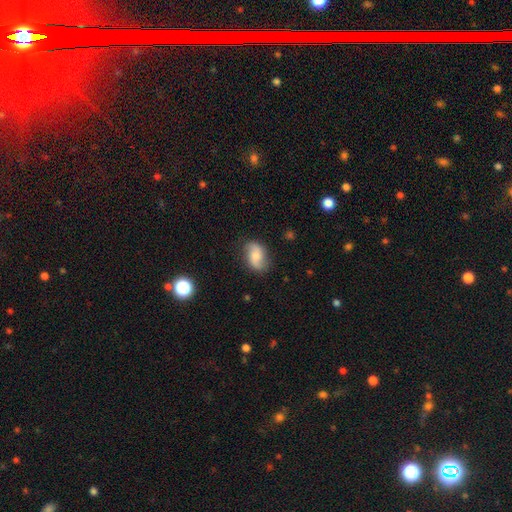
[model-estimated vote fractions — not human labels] featured or disk 53%, smooth 39%, star or artifact 8%. Down the decision tree: edge-on disk — no (96%); bar — no (60%); spiral arms — yes (91%); bulge size — moderate (45%); merging — none (79%).